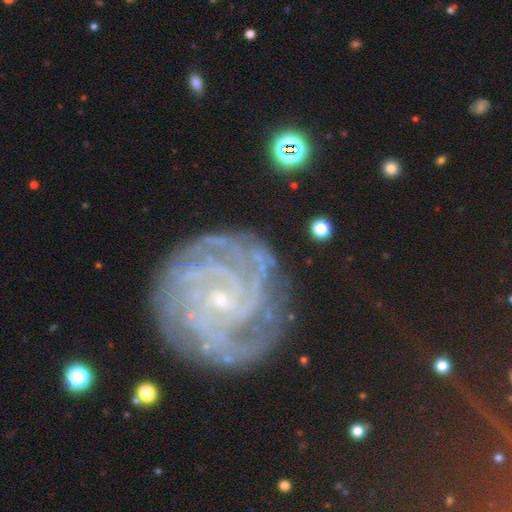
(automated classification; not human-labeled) Q: Smooth or featured?
A: featured or disk (87%); runner-up: star or artifact (7%)
Q: Edge-on disk?
A: no (98%); runner-up: yes (2%)
Q: Bar?
A: no (50%); runner-up: weak (35%)
Q: Spiral arms?
A: yes (98%); runner-up: no (2%)
Q: Spiral winding?
A: tight (71%); runner-up: medium (25%)
Q: Spiral arm count?
A: 3 (24%); runner-up: 4 (22%)
Q: Bulge size?
A: small (74%); runner-up: moderate (19%)
Q: Merging?
A: none (73%); runner-up: minor disturbance (16%)